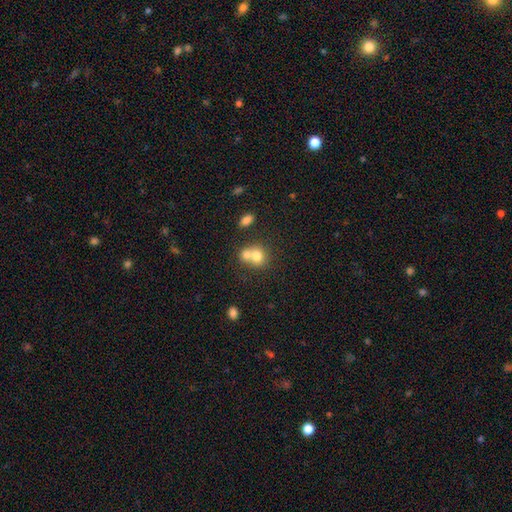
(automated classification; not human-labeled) This appears to be a smooth galaxy with no disk features (73%) that is round (71%). Merging: merger (59%).